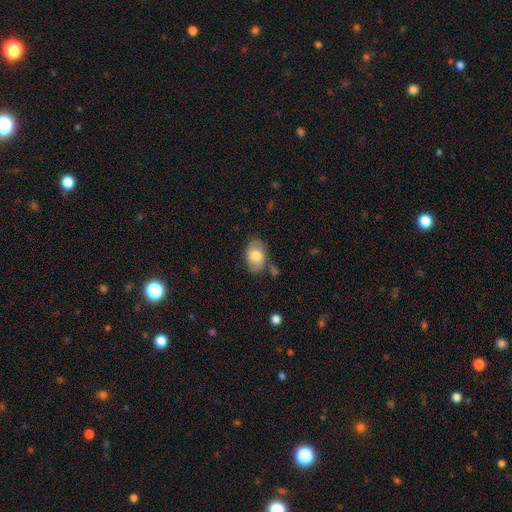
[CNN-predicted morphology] This is likely a smooth galaxy (74%). How rounded: clearly in between (87%). Merging: likely none (73%).